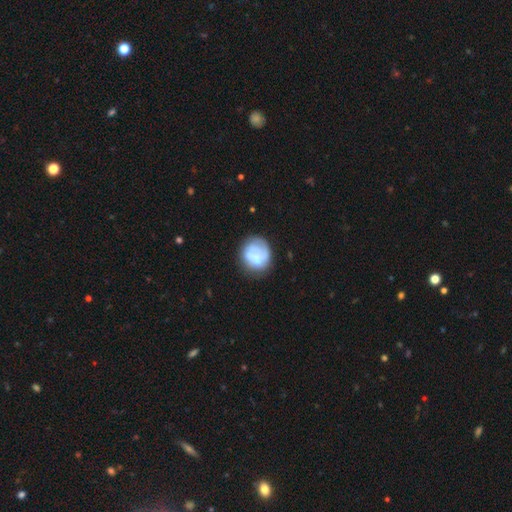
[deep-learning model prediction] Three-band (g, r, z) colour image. It shows a smooth galaxy with no disk features (59%) that is round (82%). Merging: none (60%).